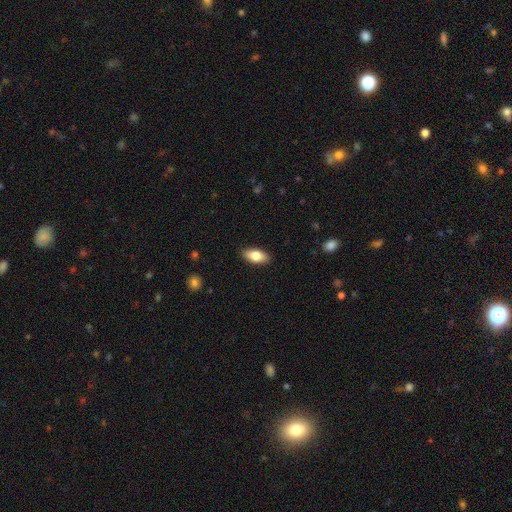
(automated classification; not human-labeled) Overall: smooth (79%). How rounded: in between (89%). Merging: none (89%).